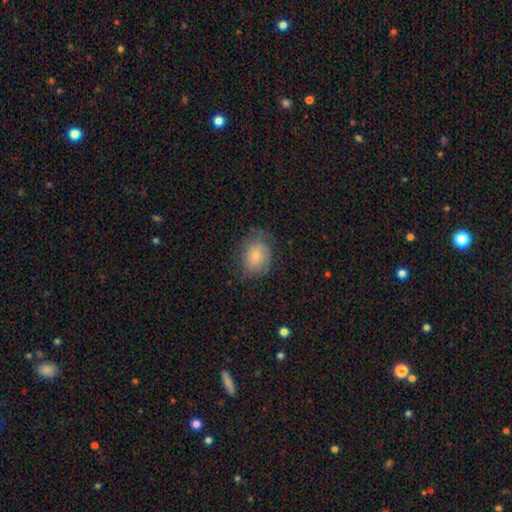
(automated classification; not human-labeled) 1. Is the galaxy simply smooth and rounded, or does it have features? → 64% smooth, 29% featured or disk, 8% star or artifact.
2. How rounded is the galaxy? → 54% in between, 45% round, 1% cigar-shaped.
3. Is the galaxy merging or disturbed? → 59% none, 27% minor disturbance, 12% major disturbance, 1% merger.